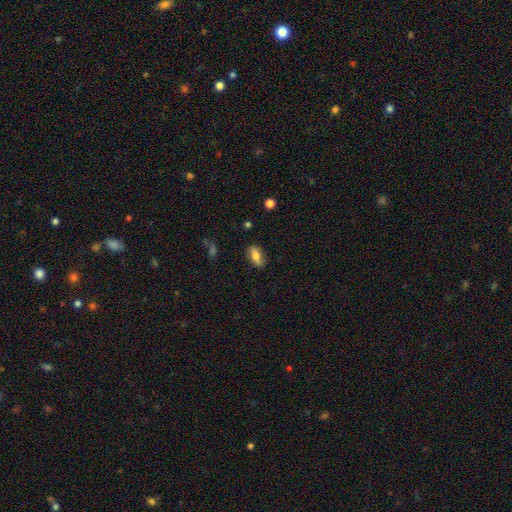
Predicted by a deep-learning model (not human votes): Smooth or featured? Predicted: smooth (p=0.69). How rounded? Predicted: in between (p=0.82). Merging? Predicted: none (p=0.79).